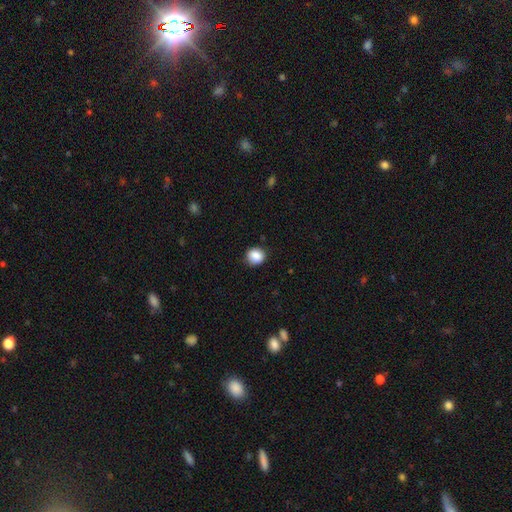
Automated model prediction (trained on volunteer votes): A smooth galaxy with no disk features (87%) that is round (80%).

Vote fractions:
- Smooth or featured? smooth: 87% / star or artifact: 9% / featured or disk: 4%
- How rounded? round: 80% / in between: 19% / cigar-shaped: 1%
- Merging? none: 84% / minor disturbance: 12% / major disturbance: 3% / merger: 1%